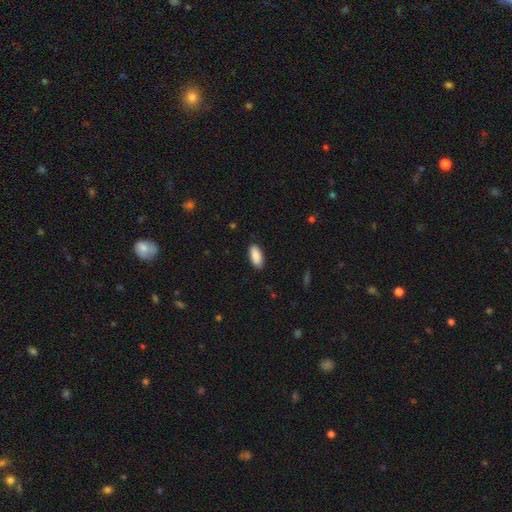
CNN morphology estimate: smooth 90%, star or artifact 6%, featured or disk 4%. Down the decision tree: how rounded — in between (87%); merging — none (89%).